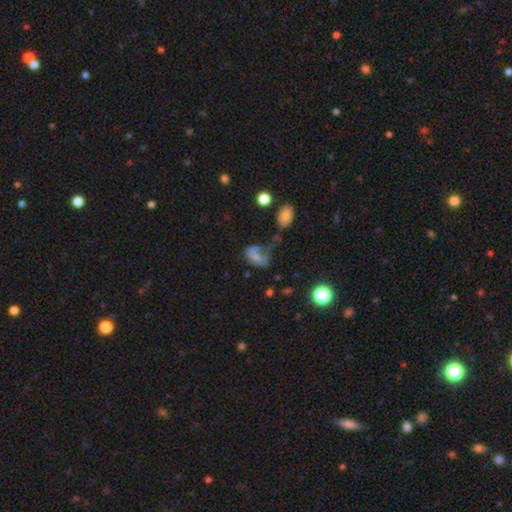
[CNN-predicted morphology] Overall: smooth (54%; featured or disk 30%). How rounded: in between (86%). Merging: major disturbance (40%; none 22%).